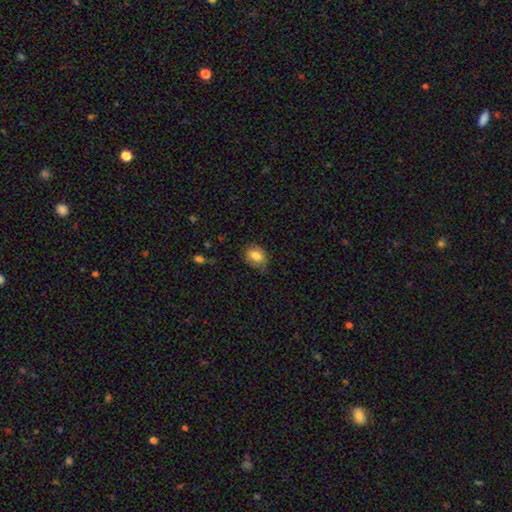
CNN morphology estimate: Q: Smooth or featured?
A: smooth (79%); runner-up: featured or disk (12%)
Q: How rounded?
A: in between (62%); runner-up: round (37%)
Q: Merging?
A: none (76%); runner-up: minor disturbance (19%)